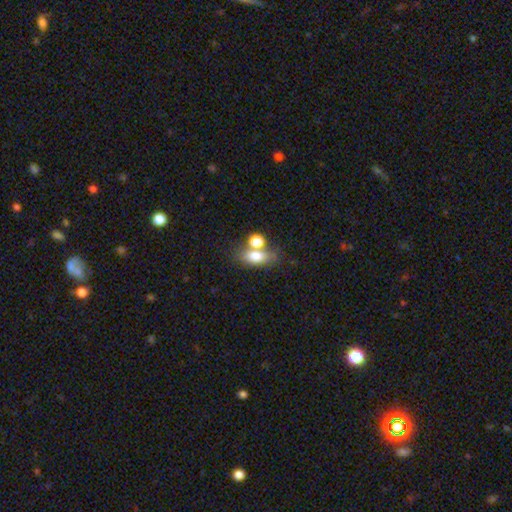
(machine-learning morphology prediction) Q: Smooth or featured?
A: smooth (74%); runner-up: featured or disk (15%)
Q: How rounded?
A: in between (72%); runner-up: round (21%)
Q: Merging?
A: none (50%); runner-up: merger (35%)